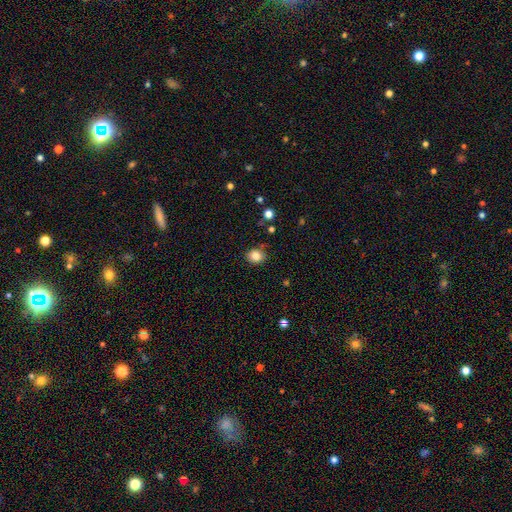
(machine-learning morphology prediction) This appears to be a smooth galaxy with no disk features (83%) that is round (68%). Merging: none (81%).